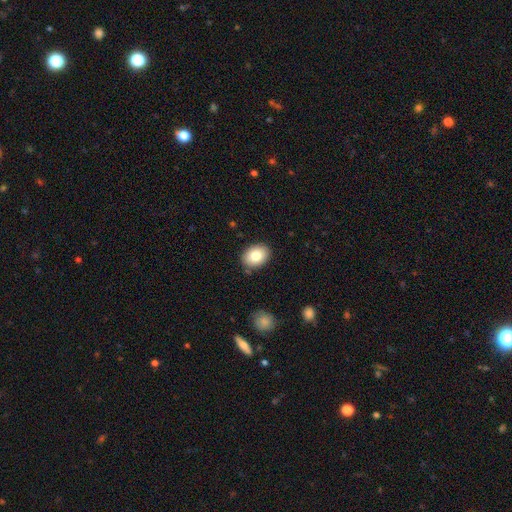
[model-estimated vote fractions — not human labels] Smooth or featured? smooth (81%)
How rounded? in between (70%)
Merging? none (86%)